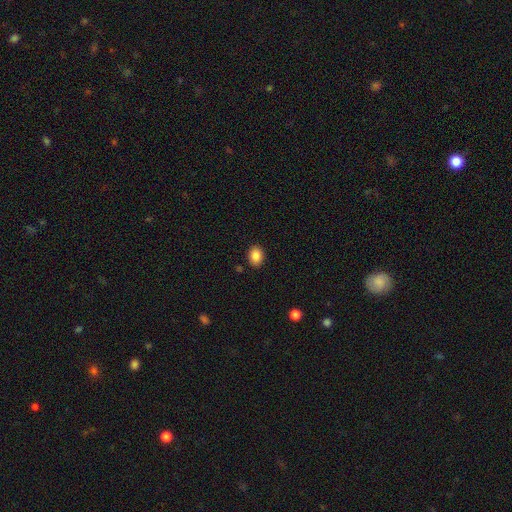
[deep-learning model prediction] Smooth or featured? Predicted: smooth (p=0.87). How rounded? Predicted: in between (p=0.62). Merging? Predicted: none (p=0.89).